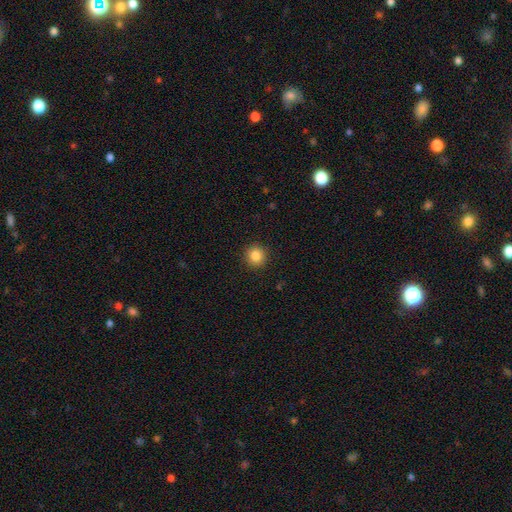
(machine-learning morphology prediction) A smooth galaxy with no disk features (85%) that is round (95%). Merging: none (93%).